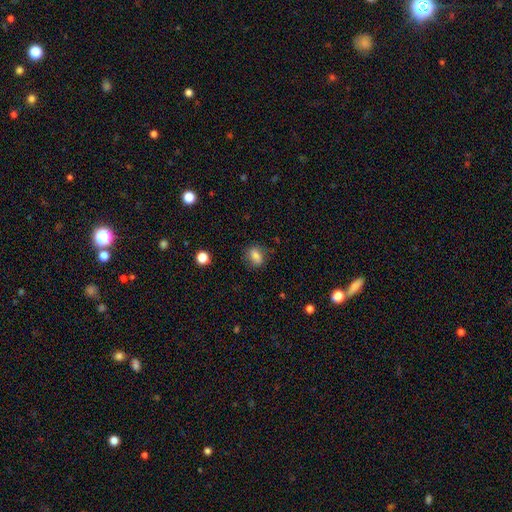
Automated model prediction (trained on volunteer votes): smooth-or-featured: smooth: 79% | featured or disk: 11% | star or artifact: 10%
  how-rounded: in between: 66% | round: 30% | cigar-shaped: 4%
  merging: none: 75% | minor disturbance: 17% | major disturbance: 6% | merger: 2%